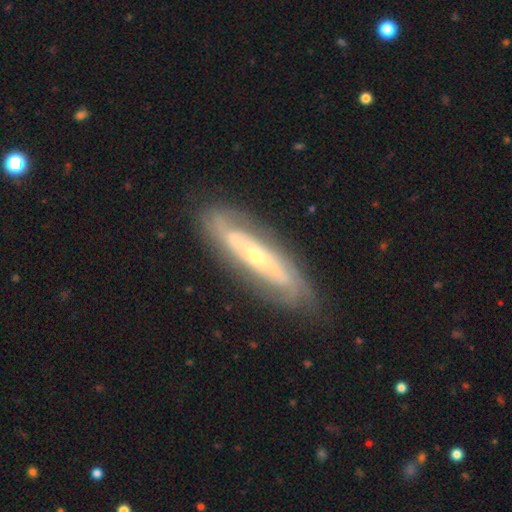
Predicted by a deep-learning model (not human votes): Overall: featured or disk (76%). Edge-on disk: no (71%). Bar: no (62%). Spiral arms: yes (78%). Bulge size: small (65%; moderate 31%). Merging: none (79%).